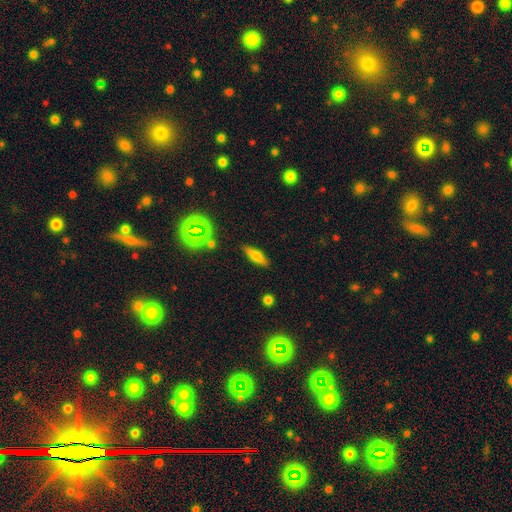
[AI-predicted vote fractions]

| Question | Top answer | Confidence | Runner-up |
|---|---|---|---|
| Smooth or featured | smooth | 62% | featured or disk (26%) |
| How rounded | cigar-shaped | 56% | in between (40%) |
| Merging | none | 85% | minor disturbance (10%) |